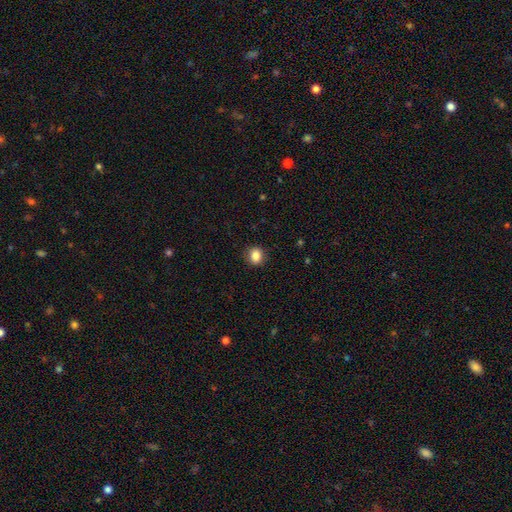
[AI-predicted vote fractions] smooth-or-featured: smooth: 85% | star or artifact: 10% | featured or disk: 5%
  how-rounded: round: 73% | in between: 26% | cigar-shaped: 1%
  merging: none: 89% | minor disturbance: 8% | major disturbance: 2% | merger: 1%